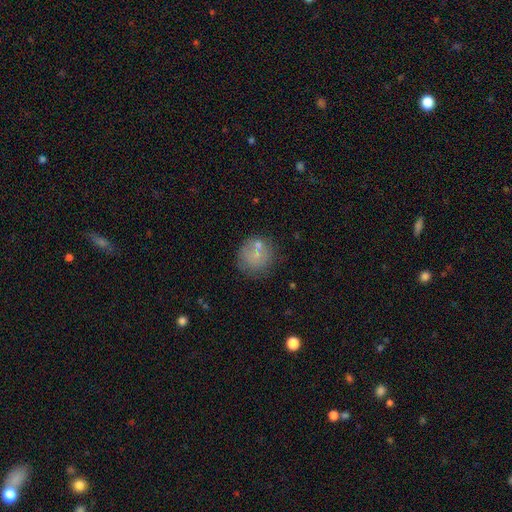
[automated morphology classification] Smooth or featured: smooth — 66% (featured or disk — 22%)
How rounded: round — 89% (in between — 10%)
Merging: none — 61% (minor disturbance — 16%)